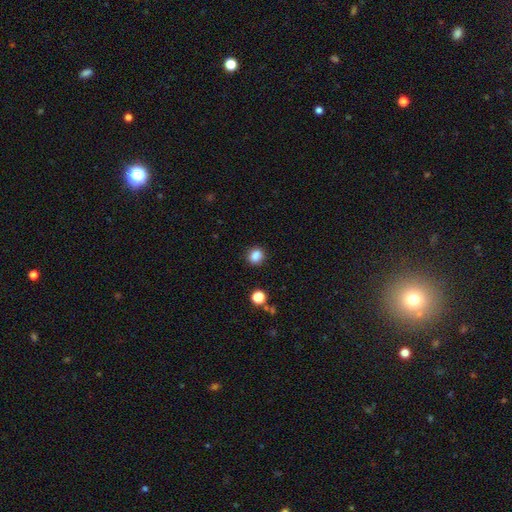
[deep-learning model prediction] Smooth or featured? smooth (84%)
How rounded? round (69%)
Merging? none (81%)